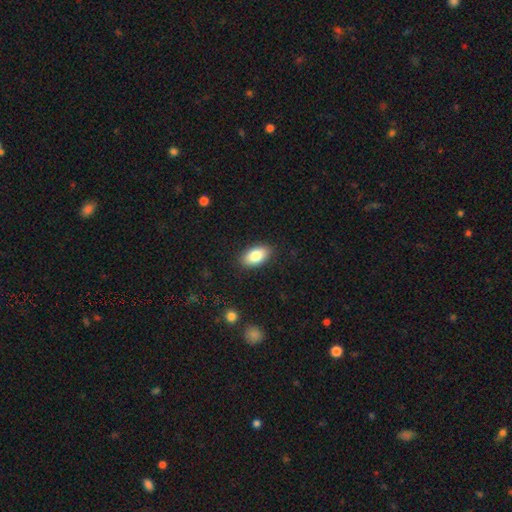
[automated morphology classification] Smooth or featured? Predicted: smooth (p=0.84). How rounded? Predicted: in between (p=0.93). Merging? Predicted: none (p=0.88).